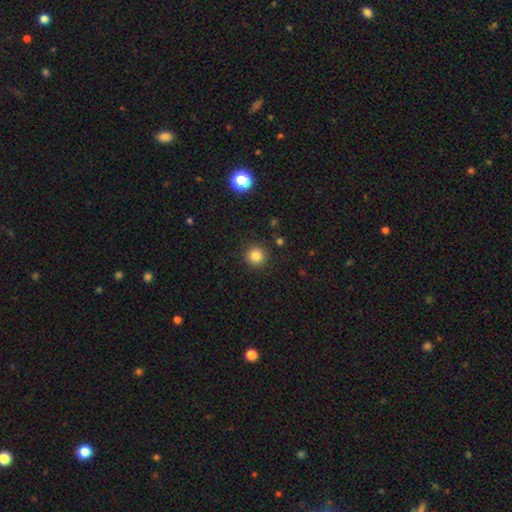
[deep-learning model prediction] Q: Smooth or featured?
A: smooth (83%); runner-up: star or artifact (12%)
Q: How rounded?
A: round (95%); runner-up: in between (4%)
Q: Merging?
A: none (91%); runner-up: minor disturbance (5%)